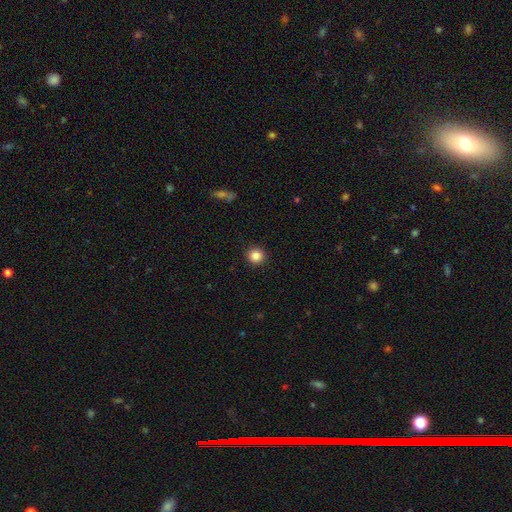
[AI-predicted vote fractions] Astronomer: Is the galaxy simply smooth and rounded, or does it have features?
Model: smooth — 85%.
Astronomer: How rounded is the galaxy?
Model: round — 93%.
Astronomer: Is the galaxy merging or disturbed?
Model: none — 92%.